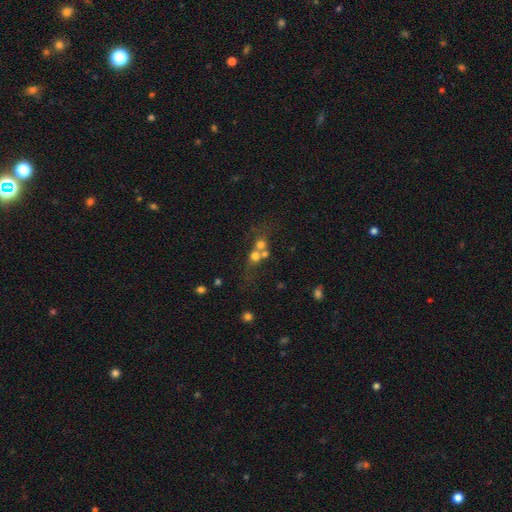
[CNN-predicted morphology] smooth-or-featured: smooth: 44% | star or artifact: 35% | featured or disk: 21%
  merging: merger: 44% | none: 39% | minor disturbance: 9% | major disturbance: 8%